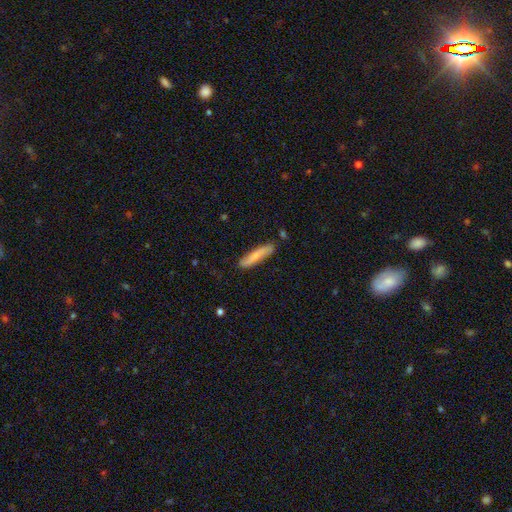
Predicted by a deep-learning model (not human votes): smooth-or-featured: smooth: 67% | featured or disk: 27% | star or artifact: 5%
  how-rounded: cigar-shaped: 87% | in between: 12% | round: 1%
  merging: none: 80% | minor disturbance: 14% | merger: 3% | major disturbance: 3%